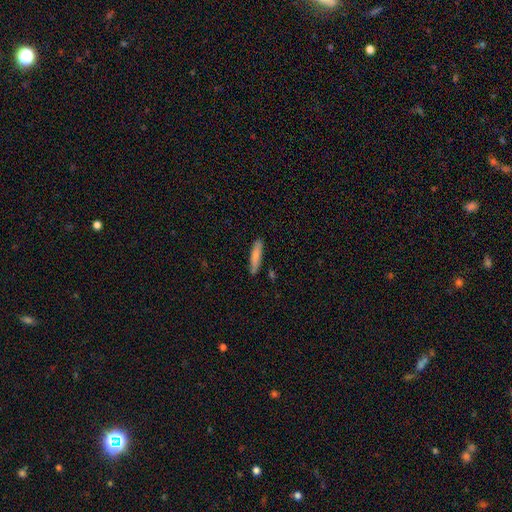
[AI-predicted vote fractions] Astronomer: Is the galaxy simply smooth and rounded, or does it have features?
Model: smooth — 81%.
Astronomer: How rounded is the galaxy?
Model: cigar-shaped — 82%.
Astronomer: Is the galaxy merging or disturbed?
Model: none — 86%.